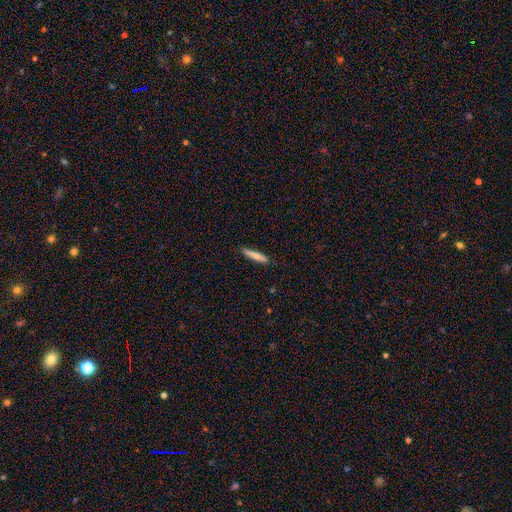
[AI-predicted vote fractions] smooth-or-featured: smooth: 73% | featured or disk: 21% | star or artifact: 6%
  how-rounded: cigar-shaped: 91% | in between: 8% | round: 1%
  merging: none: 89% | minor disturbance: 8% | major disturbance: 2% | merger: 1%